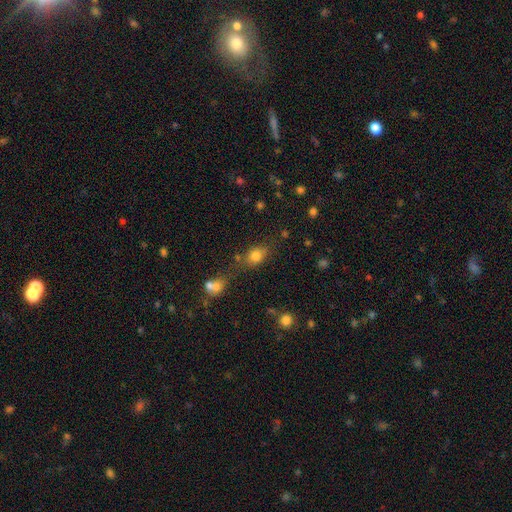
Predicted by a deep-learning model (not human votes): smooth-or-featured: smooth: 79% | star or artifact: 12% | featured or disk: 9%
  how-rounded: in between: 64% | round: 33% | cigar-shaped: 3%
  merging: none: 57% | merger: 18% | minor disturbance: 17% | major disturbance: 8%